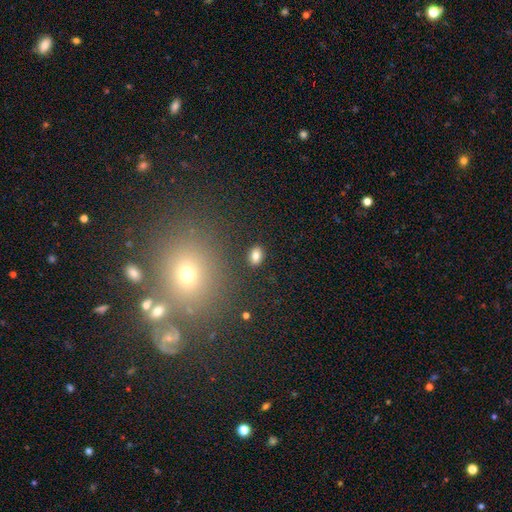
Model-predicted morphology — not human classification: Q: Smooth or featured?
A: smooth (82%); runner-up: star or artifact (11%)
Q: How rounded?
A: in between (76%); runner-up: round (23%)
Q: Merging?
A: none (86%); runner-up: minor disturbance (8%)